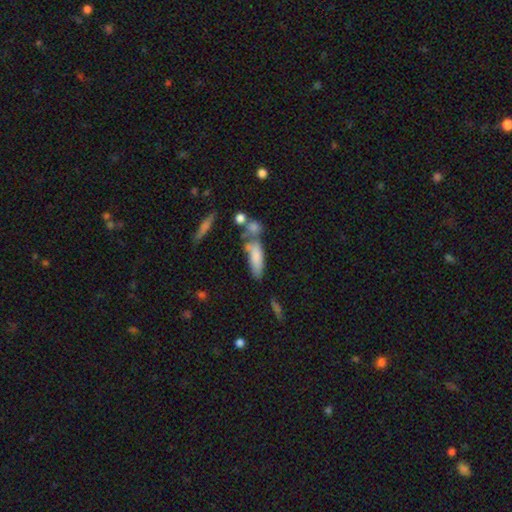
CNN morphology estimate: This is likely a smooth galaxy (76%). How rounded: possibly in between (56%). Merging: marginally none (40%).